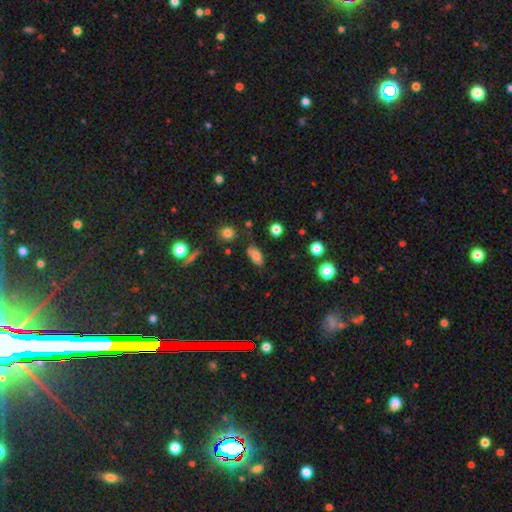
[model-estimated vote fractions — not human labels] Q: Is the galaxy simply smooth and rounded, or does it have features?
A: smooth — 75%.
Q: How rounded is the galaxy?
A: in between — 85%.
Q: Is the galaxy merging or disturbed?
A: none — 66%.